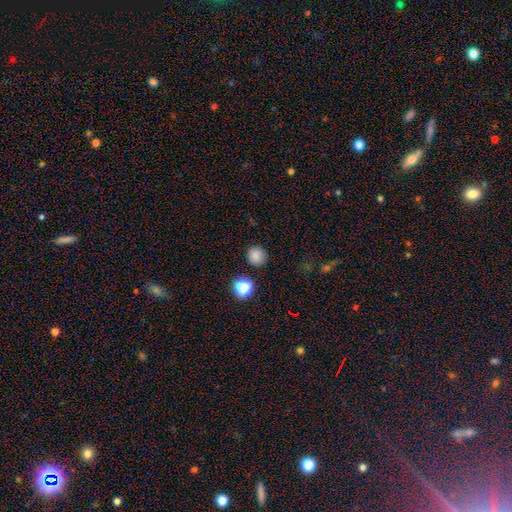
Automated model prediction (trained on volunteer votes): smooth-or-featured: smooth: 82% | star or artifact: 14% | featured or disk: 4%
  how-rounded: round: 89% | in between: 10% | cigar-shaped: 1%
  merging: none: 87% | minor disturbance: 8% | merger: 3% | major disturbance: 2%